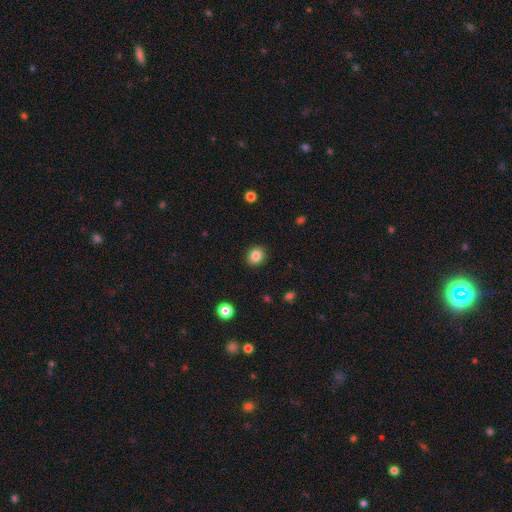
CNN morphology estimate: Overall: smooth (85%). How rounded: round (72%). Merging: none (91%).